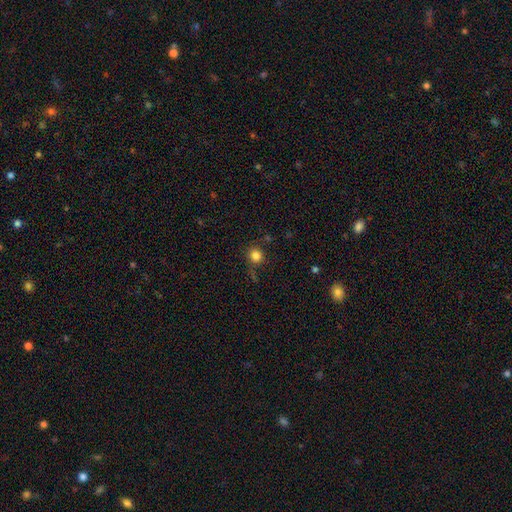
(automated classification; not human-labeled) smooth_or_featured: smooth (p=0.82) [alt: star or artifact p=0.13]
how_rounded: round (p=0.92) [alt: in between p=0.07]
merging: none (p=0.79) [alt: minor disturbance p=0.13]